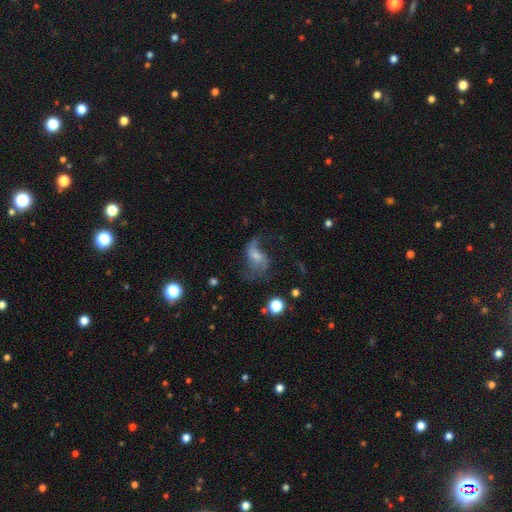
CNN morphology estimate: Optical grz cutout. It shows a featured or disk galaxy (65%) with no bar (48%), 2 (72%) loose (75%) spiral arms (83%) and a small central bulge (41%). Merging: none (46%).